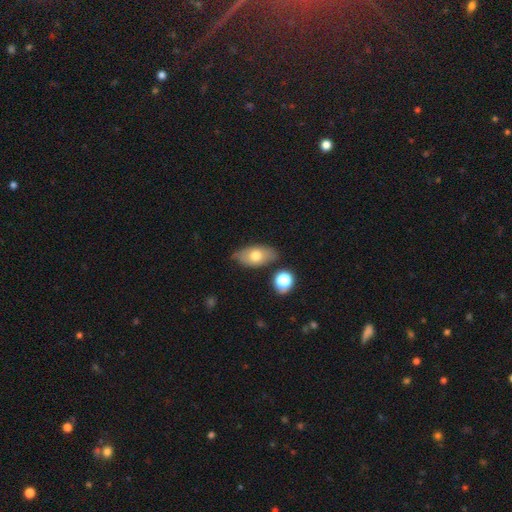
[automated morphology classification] A smooth galaxy with no disk features (69%) that is in between round and cigar-shaped (90%). Merging: none (73%).